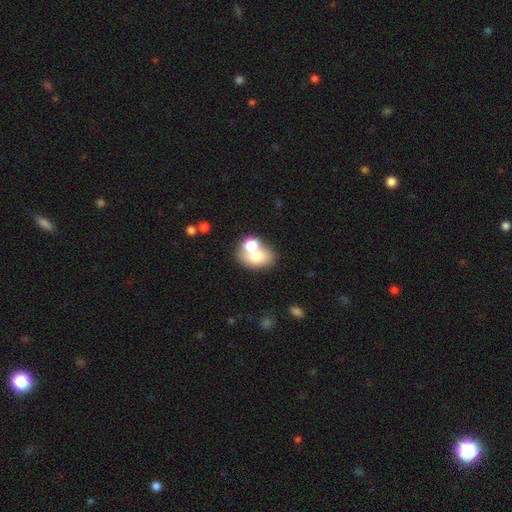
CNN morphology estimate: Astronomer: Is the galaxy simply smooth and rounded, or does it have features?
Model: smooth — 68%.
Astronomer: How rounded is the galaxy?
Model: in between — 67%.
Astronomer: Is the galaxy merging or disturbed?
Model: merger — 48% (runner-up: none, 38%).